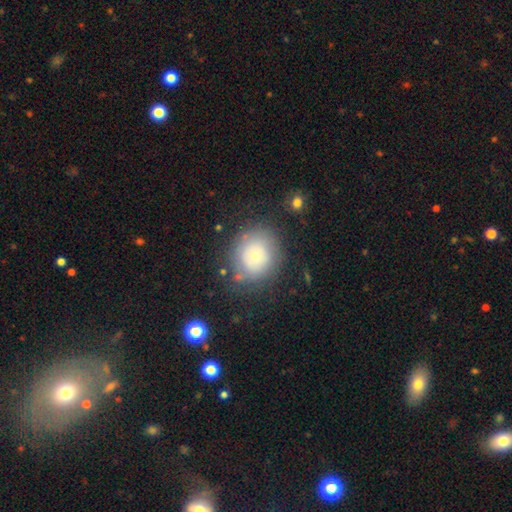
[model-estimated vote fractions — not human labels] A smooth galaxy with no disk features (69%) that is round (80%).

Vote fractions:
- Smooth or featured? smooth: 69% / featured or disk: 21% / star or artifact: 10%
- How rounded? round: 80% / in between: 19% / cigar-shaped: 1%
- Merging? none: 73% / minor disturbance: 17% / major disturbance: 8% / merger: 3%